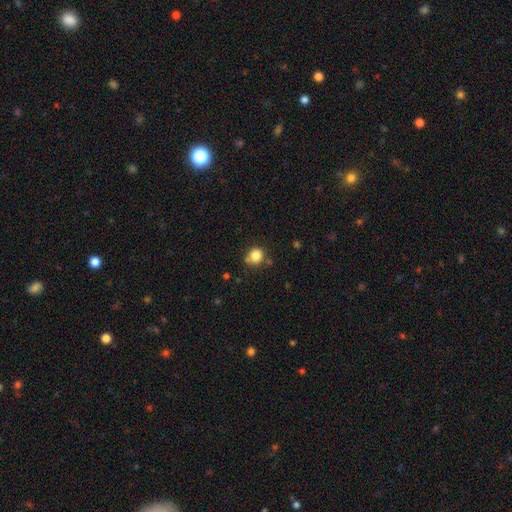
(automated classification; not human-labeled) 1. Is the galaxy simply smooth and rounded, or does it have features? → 83% smooth, 11% star or artifact, 6% featured or disk.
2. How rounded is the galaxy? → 88% round, 12% in between, 1% cigar-shaped.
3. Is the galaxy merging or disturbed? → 72% none, 16% minor disturbance, 8% merger, 4% major disturbance.